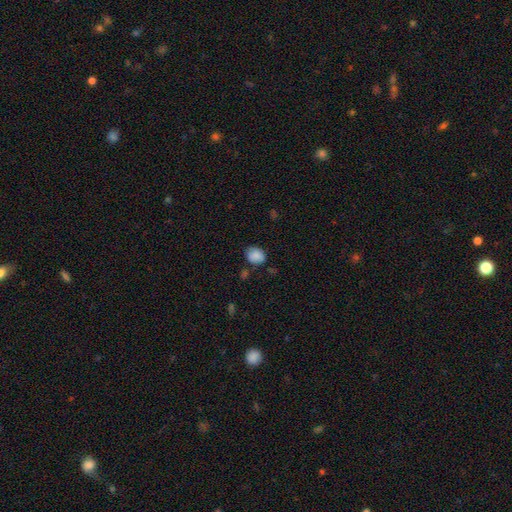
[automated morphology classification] Smooth or featured?
  - smooth: 84% *
  - star or artifact: 8%
  - featured or disk: 7%
How rounded?
  - in between: 52% *
  - round: 47%
  - cigar-shaped: 1%
Merging?
  - none: 66% *
  - minor disturbance: 25%
  - major disturbance: 5%
  - merger: 5%